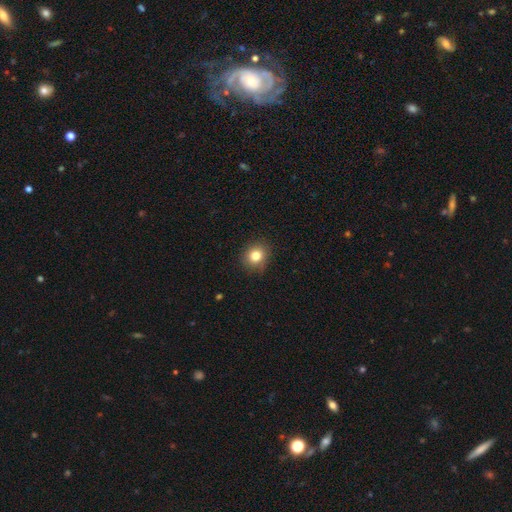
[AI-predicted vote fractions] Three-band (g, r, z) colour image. It shows a smooth galaxy with no disk features (81%) that is round (80%). Merging: none (87%).